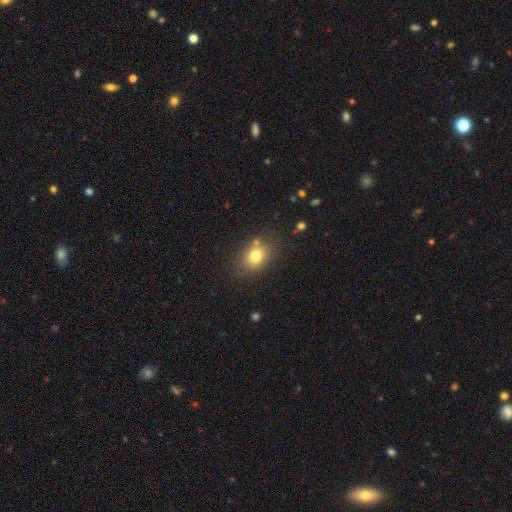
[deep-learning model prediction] The model was most divided on "how rounded": in between: 58%, round: 41%, cigar-shaped: 1%. More confident: smooth or featured — smooth (77%); merging — none (76%).